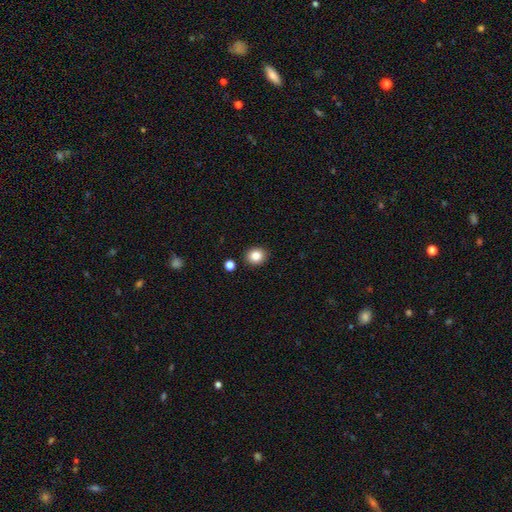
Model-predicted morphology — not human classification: type=smooth (86%); roundness=round (73%); merging=none (89%).